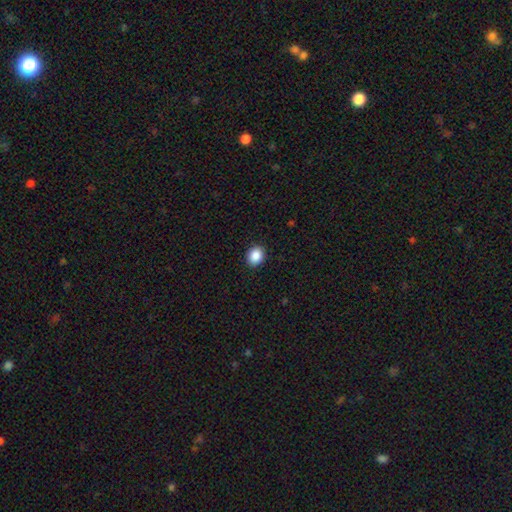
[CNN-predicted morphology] Q: Smooth or featured?
A: smooth (88%); runner-up: star or artifact (9%)
Q: How rounded?
A: round (61%); runner-up: in between (38%)
Q: Merging?
A: none (91%); runner-up: minor disturbance (6%)